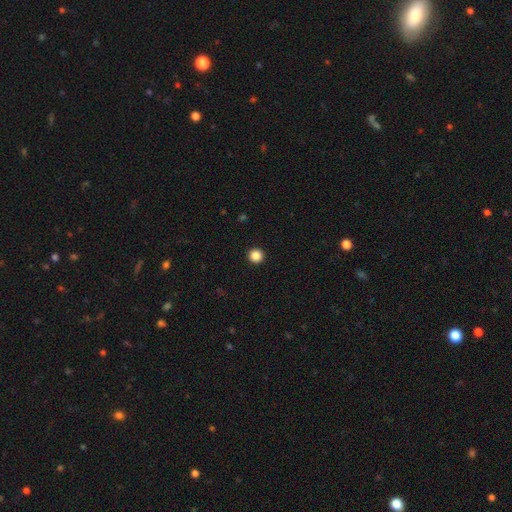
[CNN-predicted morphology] Smooth or featured? Predicted: smooth (p=0.87). How rounded? Predicted: round (p=0.96). Merging? Predicted: none (p=0.94).